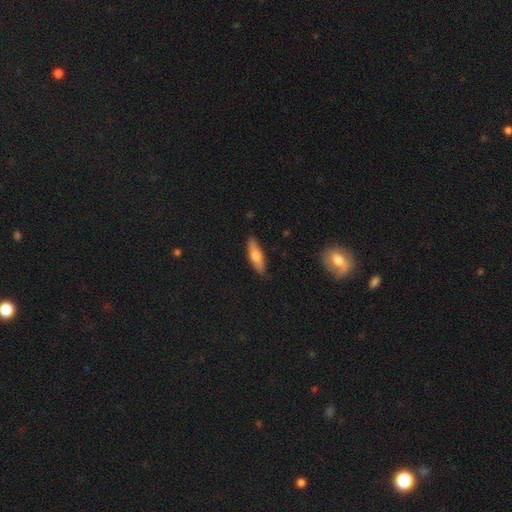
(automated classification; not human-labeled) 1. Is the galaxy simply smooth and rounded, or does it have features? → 66% smooth, 29% featured or disk, 6% star or artifact.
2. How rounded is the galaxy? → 58% cigar-shaped, 40% in between, 2% round.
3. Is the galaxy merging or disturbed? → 86% none, 11% minor disturbance, 2% major disturbance, 1% merger.